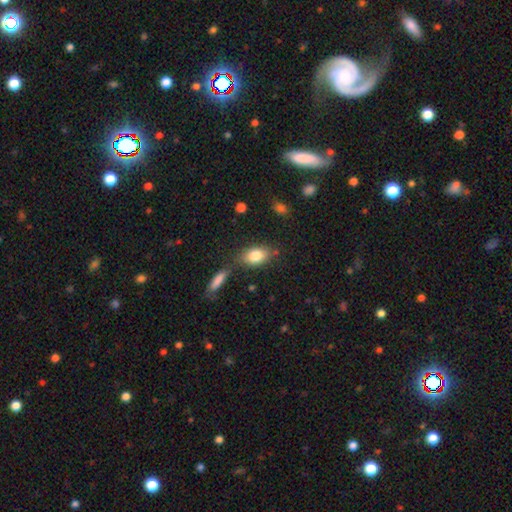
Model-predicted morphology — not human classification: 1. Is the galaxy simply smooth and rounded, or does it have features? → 81% smooth, 12% featured or disk, 8% star or artifact.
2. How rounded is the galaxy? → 86% in between, 10% round, 4% cigar-shaped.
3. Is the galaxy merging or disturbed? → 70% none, 15% minor disturbance, 11% merger, 5% major disturbance.